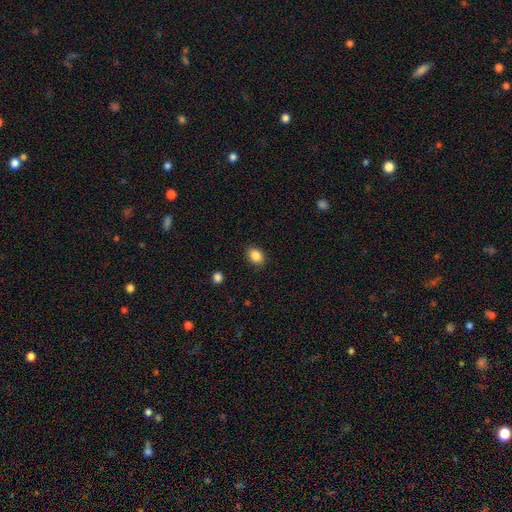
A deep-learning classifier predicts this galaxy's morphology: smooth 86%, star or artifact 9%, featured or disk 4%. Down the decision tree: how rounded — in between (60%); merging — none (89%).